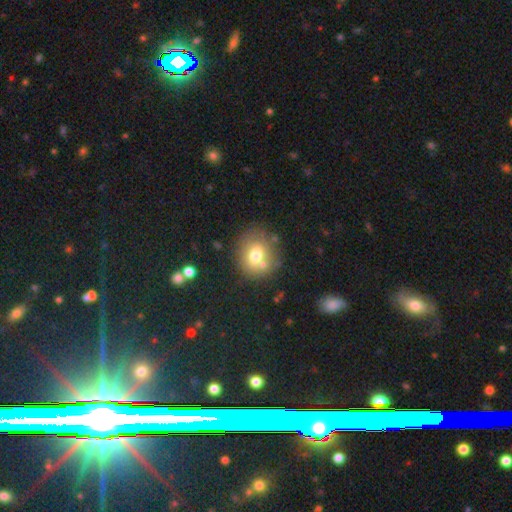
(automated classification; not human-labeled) smooth 70%, featured or disk 18%, star or artifact 12%. Down the decision tree: how rounded — round (72%); merging — none (65%).